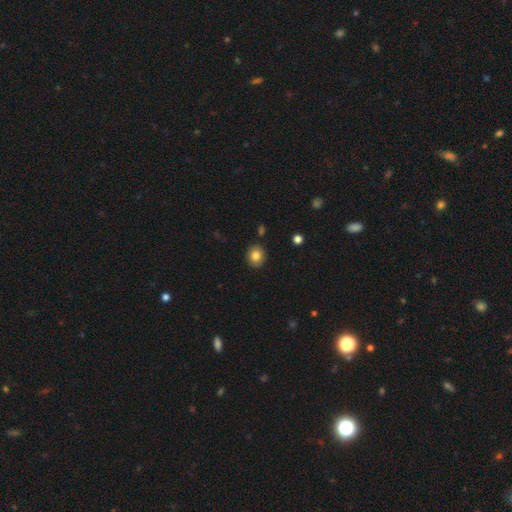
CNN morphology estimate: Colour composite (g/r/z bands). It shows a smooth galaxy with no disk features (82%) that is round (69%). Merging: none (89%).